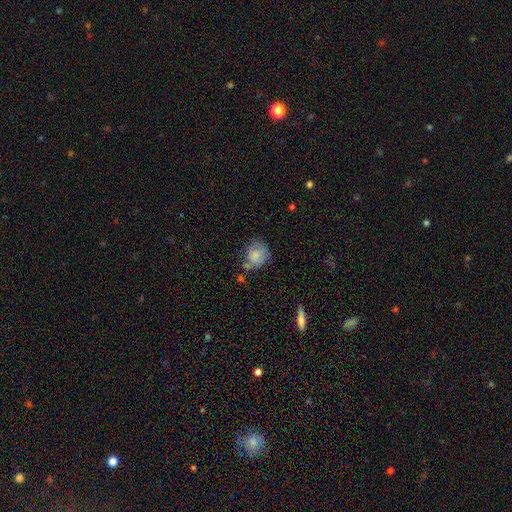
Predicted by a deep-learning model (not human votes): smooth 79%, featured or disk 13%, star or artifact 8%. Down the decision tree: how rounded — round (73%); merging — none (50%).